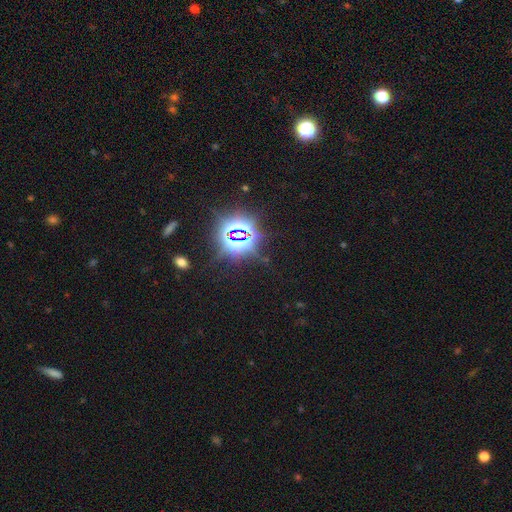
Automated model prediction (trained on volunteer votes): Smooth or featured? star or artifact (82%)